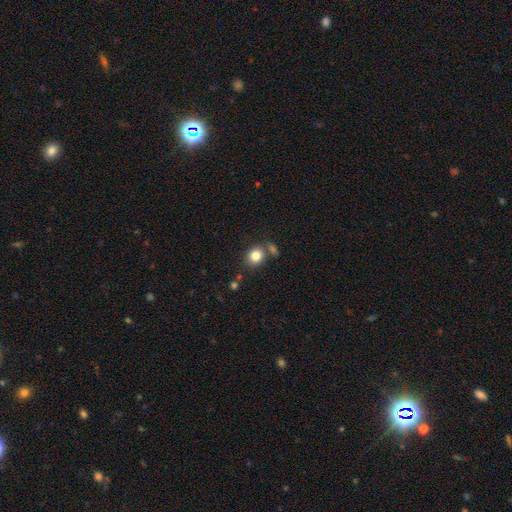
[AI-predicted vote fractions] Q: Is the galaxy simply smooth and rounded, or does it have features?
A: smooth — 82%.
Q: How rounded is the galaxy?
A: round — 70%.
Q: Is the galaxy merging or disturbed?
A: none — 69%.